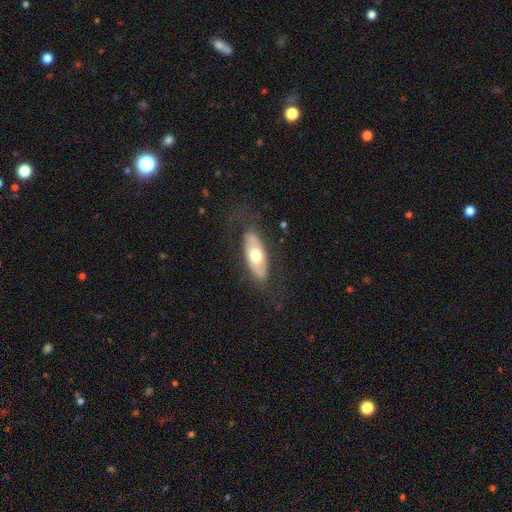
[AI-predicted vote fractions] A smooth galaxy with no disk features (51%) that is in between round and cigar-shaped (79%).

Vote fractions:
- Smooth or featured? smooth: 51% / featured or disk: 43% / star or artifact: 5%
- How rounded? in between: 79% / cigar-shaped: 18% / round: 3%
- Merging? none: 75% / minor disturbance: 16% / major disturbance: 7% / merger: 1%